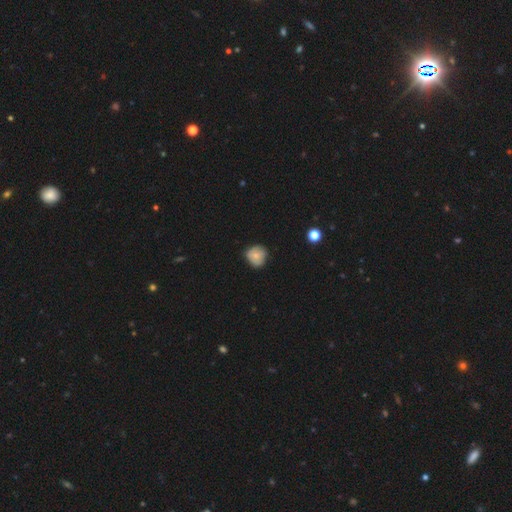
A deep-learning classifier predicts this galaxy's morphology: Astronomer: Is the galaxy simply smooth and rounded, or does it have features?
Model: smooth — 75%.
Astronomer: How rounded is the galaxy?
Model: round — 84%.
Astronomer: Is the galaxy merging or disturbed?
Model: none — 66%.